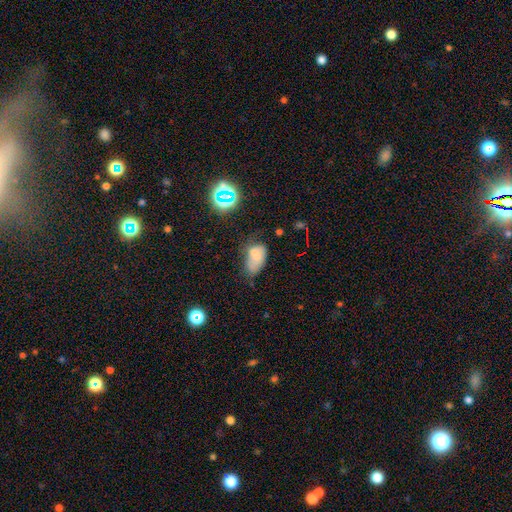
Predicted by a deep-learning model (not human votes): Smooth or featured?
  - smooth: 62% *
  - featured or disk: 22%
  - star or artifact: 16%
How rounded?
  - in between: 89% *
  - round: 9%
  - cigar-shaped: 2%
Merging?
  - minor disturbance: 33% *
  - none: 29%
  - major disturbance: 20%
  - merger: 18%